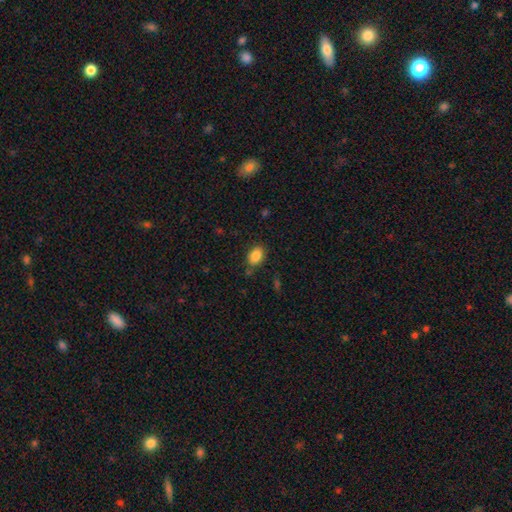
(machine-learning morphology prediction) A smooth galaxy with no disk features (87%) that is in between round and cigar-shaped (84%). Merging: none (81%).